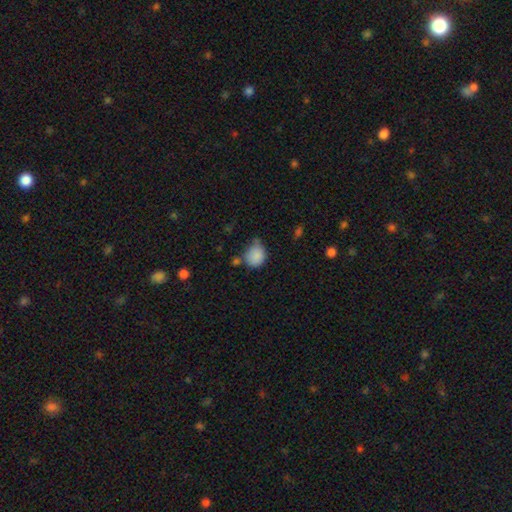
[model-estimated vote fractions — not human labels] Smooth or featured? smooth (84%)
How rounded? round (67%)
Merging? none (43%)